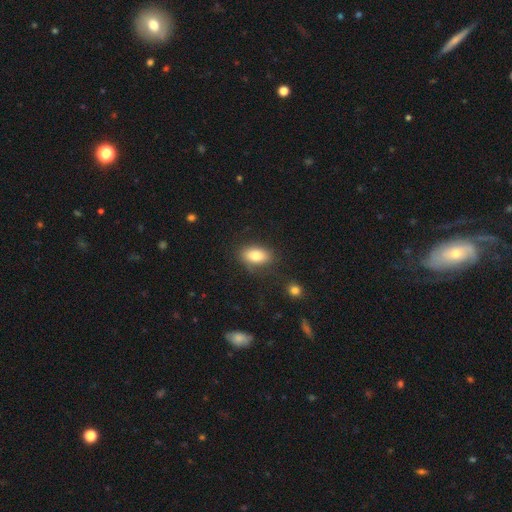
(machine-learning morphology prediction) type=smooth (80%); roundness=in between (89%); merging=none (79%).